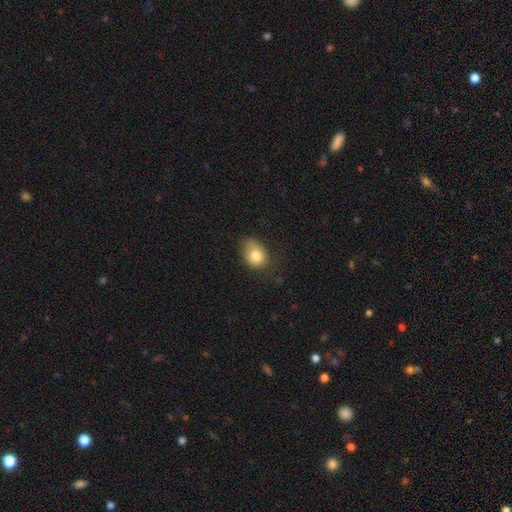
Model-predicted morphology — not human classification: smooth-or-featured: smooth: 80% | featured or disk: 11% | star or artifact: 9%
  how-rounded: in between: 66% | round: 33% | cigar-shaped: 1%
  merging: none: 48% | minor disturbance: 37% | major disturbance: 13% | merger: 2%